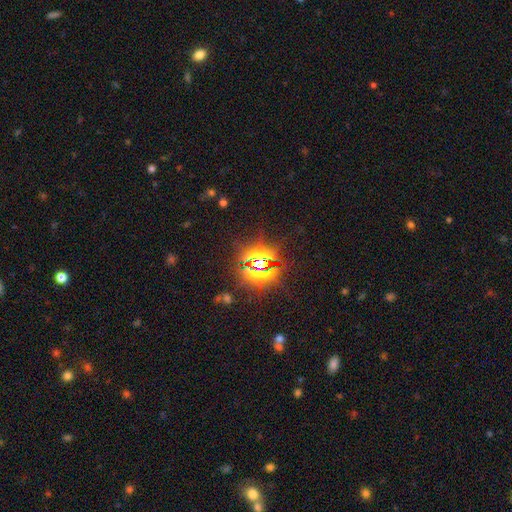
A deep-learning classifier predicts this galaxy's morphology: Overall: star or artifact (81%).